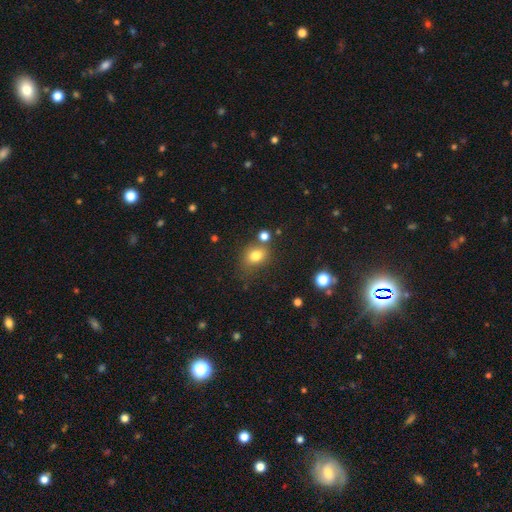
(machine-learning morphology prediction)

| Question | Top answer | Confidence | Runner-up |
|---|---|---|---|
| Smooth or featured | smooth | 78% | star or artifact (13%) |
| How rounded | in between | 56% | round (43%) |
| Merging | none | 60% | minor disturbance (20%) |